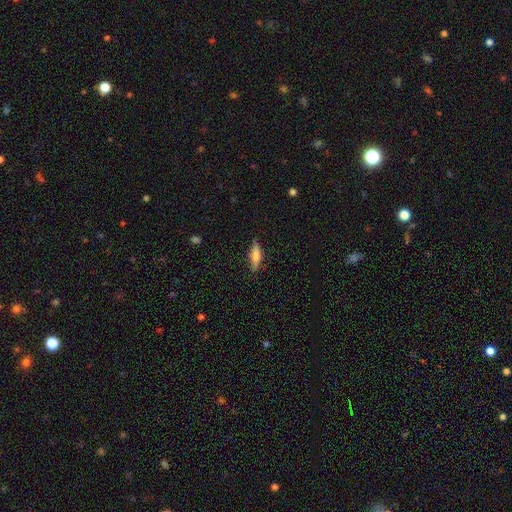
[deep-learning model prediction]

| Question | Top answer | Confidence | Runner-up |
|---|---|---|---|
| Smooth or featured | smooth | 60% | featured or disk (33%) |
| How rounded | cigar-shaped | 59% | in between (39%) |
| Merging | none | 83% | minor disturbance (13%) |